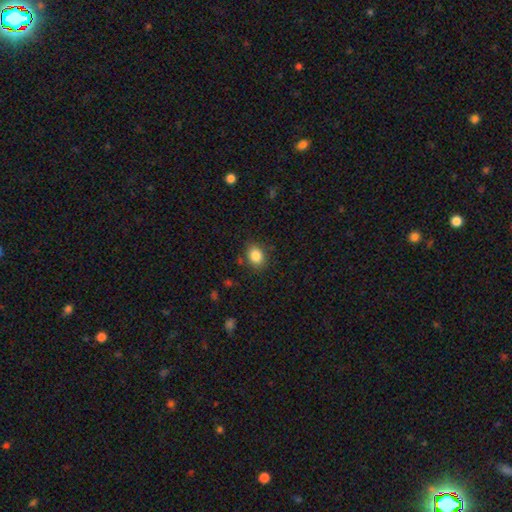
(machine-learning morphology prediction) Smooth or featured: smooth — 86% (star or artifact — 9%)
How rounded: in between — 56% (round — 43%)
Merging: none — 83% (minor disturbance — 11%)